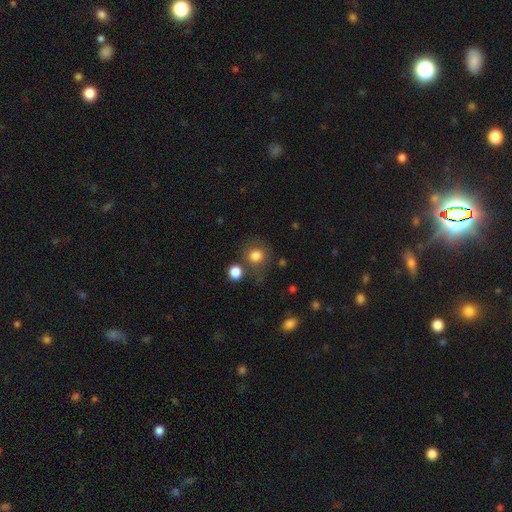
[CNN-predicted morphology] smooth_or_featured: smooth (p=0.80) [alt: star or artifact p=0.12]
how_rounded: round (p=0.85) [alt: in between p=0.14]
merging: none (p=0.69) [alt: minor disturbance p=0.13]